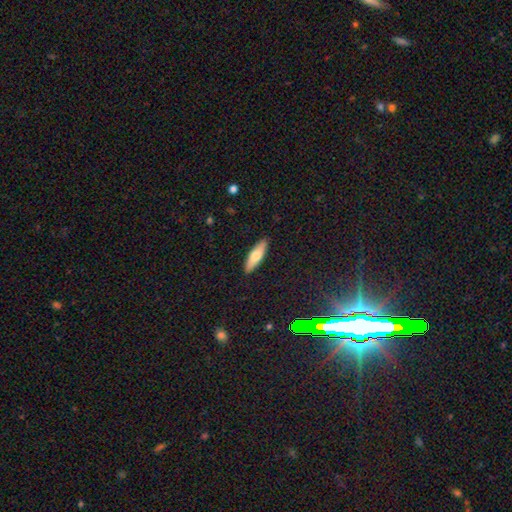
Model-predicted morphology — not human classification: A smooth galaxy with no disk features (68%) that is cigar-shaped (56%). Merging: none (90%).